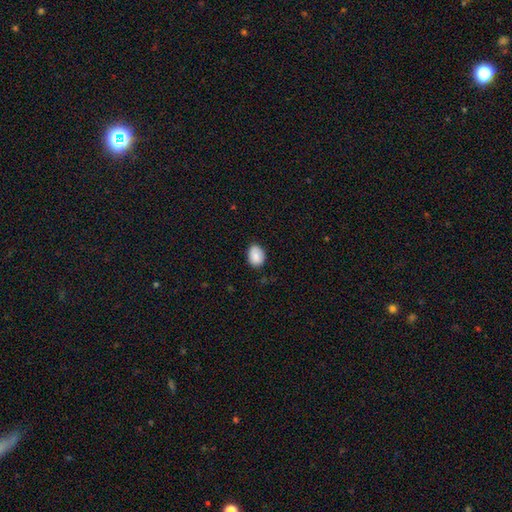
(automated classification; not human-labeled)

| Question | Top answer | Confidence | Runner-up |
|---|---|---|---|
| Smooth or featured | smooth | 86% | star or artifact (7%) |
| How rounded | in between | 68% | round (32%) |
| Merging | none | 76% | minor disturbance (19%) |